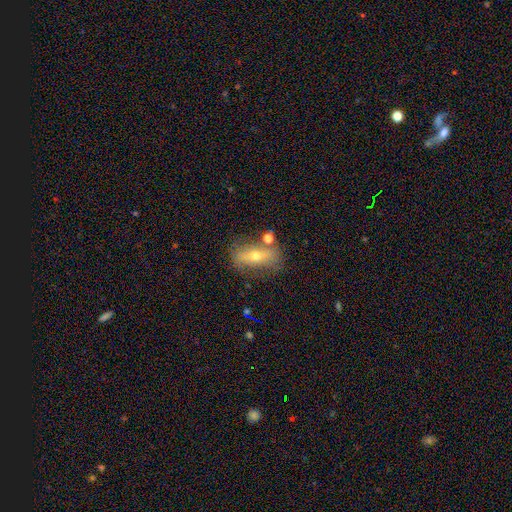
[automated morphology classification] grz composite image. It shows a featured or disk galaxy (47%). Merging: none (70%).